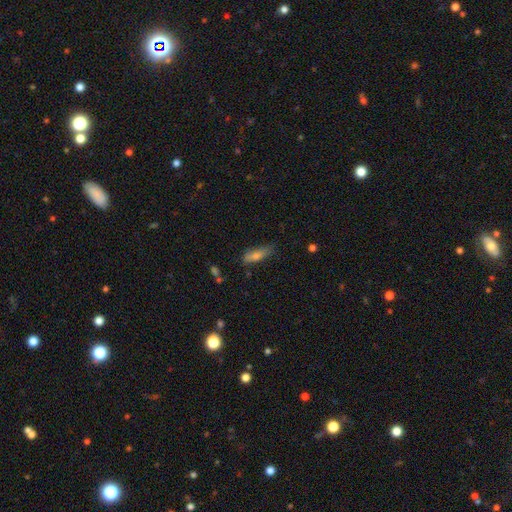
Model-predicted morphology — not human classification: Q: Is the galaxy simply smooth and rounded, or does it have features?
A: smooth — 73%.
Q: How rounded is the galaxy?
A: cigar-shaped — 53%.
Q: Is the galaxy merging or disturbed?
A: none — 64%.